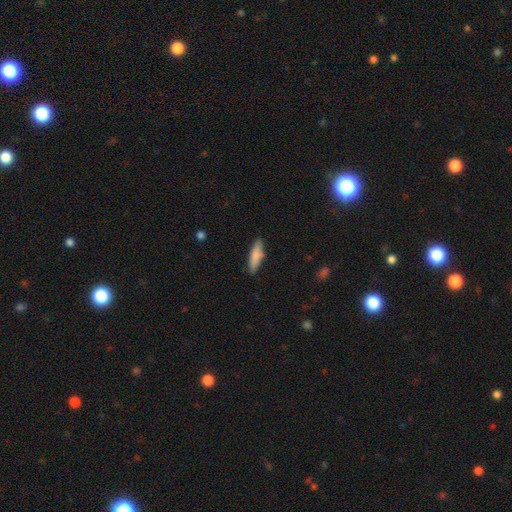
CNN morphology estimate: The model was most divided on "how rounded": cigar-shaped: 59%, in between: 39%, round: 2%. More confident: merging — none (84%); smooth or featured — smooth (83%).